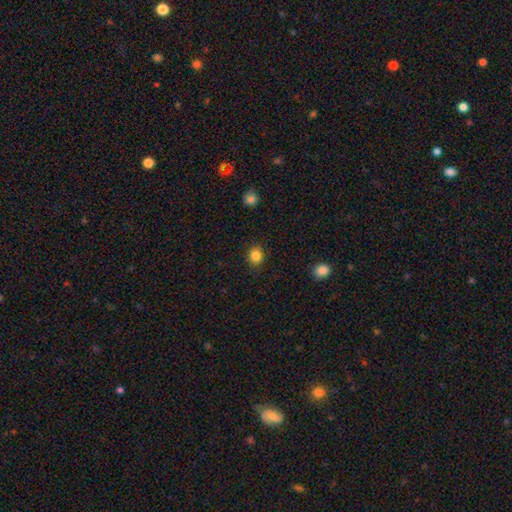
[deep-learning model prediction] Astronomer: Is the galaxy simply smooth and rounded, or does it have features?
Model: smooth — 84%.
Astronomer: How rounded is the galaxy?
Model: round — 73%.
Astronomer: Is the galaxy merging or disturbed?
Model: none — 89%.